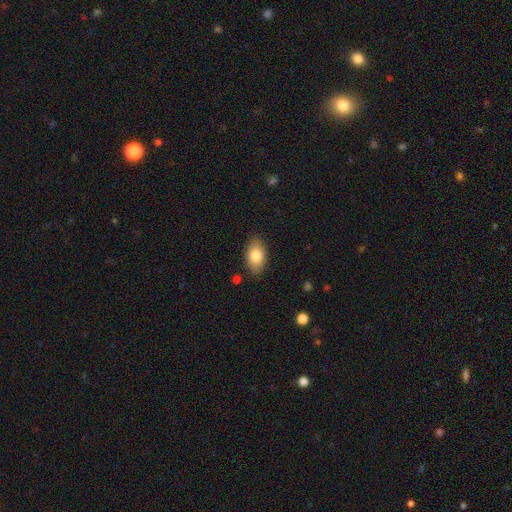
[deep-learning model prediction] smooth_or_featured: smooth (p=0.81) [alt: featured or disk p=0.12]
how_rounded: in between (p=0.91) [alt: round p=0.06]
merging: none (p=0.85) [alt: minor disturbance p=0.11]